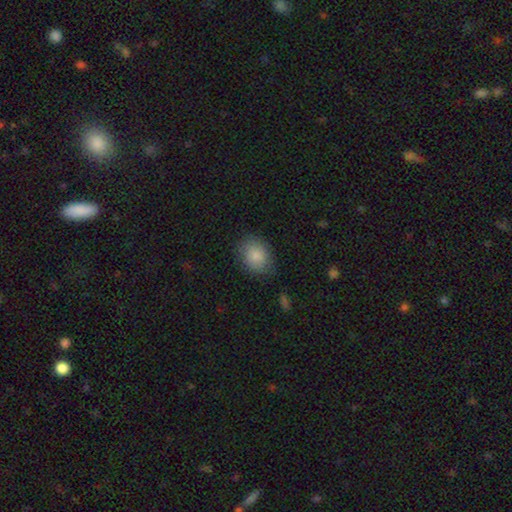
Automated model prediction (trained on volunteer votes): A smooth galaxy with no disk features (83%) that is in between round and cigar-shaped (52%).

Vote fractions:
- Smooth or featured? smooth: 83% / featured or disk: 9% / star or artifact: 7%
- How rounded? in between: 52% / round: 47% / cigar-shaped: 1%
- Merging? none: 77% / minor disturbance: 17% / major disturbance: 5% / merger: 1%